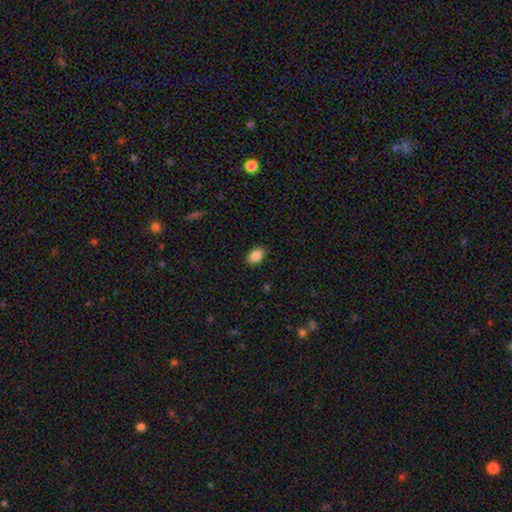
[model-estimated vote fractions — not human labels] smooth-or-featured: smooth: 88% | star or artifact: 8% | featured or disk: 4%
  how-rounded: in between: 84% | round: 15% | cigar-shaped: 1%
  merging: none: 88% | minor disturbance: 9% | major disturbance: 2% | merger: 1%